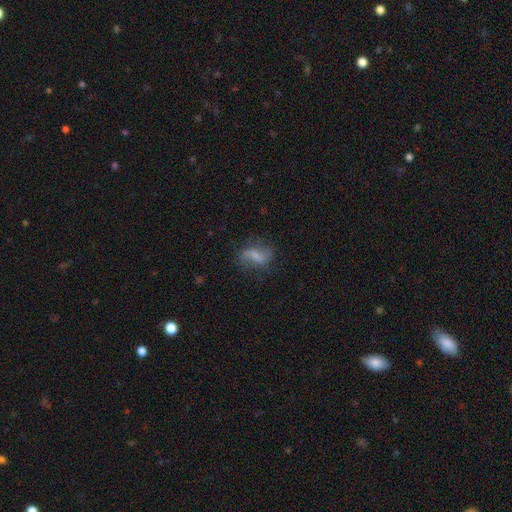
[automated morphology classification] Q: Smooth or featured?
A: featured or disk (55%); runner-up: smooth (35%)
Q: Edge-on disk?
A: no (95%); runner-up: yes (5%)
Q: Bar?
A: weak (44%); runner-up: no (33%)
Q: Spiral arms?
A: yes (83%); runner-up: no (17%)
Q: Bulge size?
A: none (36%); runner-up: small (32%)
Q: Merging?
A: none (62%); runner-up: minor disturbance (22%)